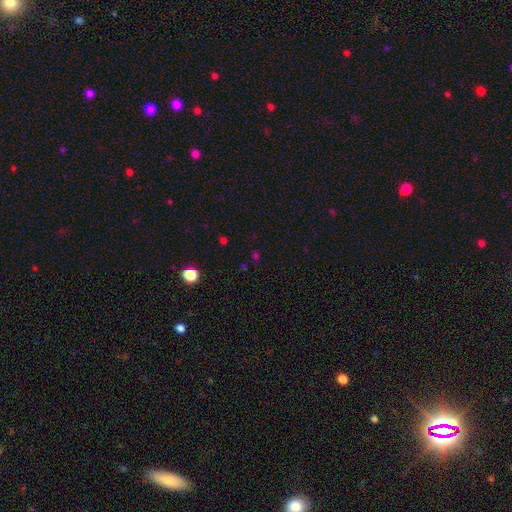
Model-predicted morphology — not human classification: Smooth or featured? Predicted: star or artifact (p=0.53).